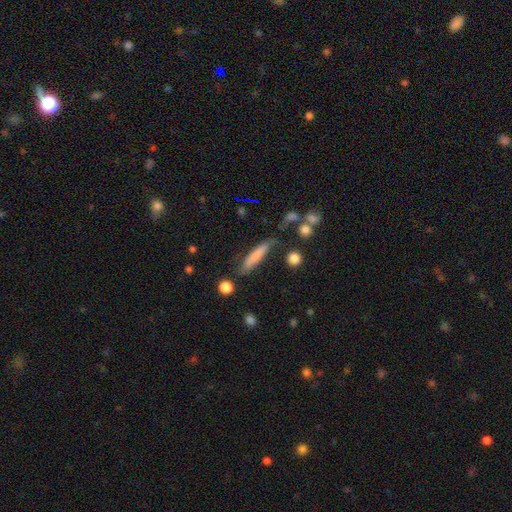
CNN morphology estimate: Q: Smooth or featured?
A: smooth (76%); runner-up: featured or disk (17%)
Q: How rounded?
A: cigar-shaped (84%); runner-up: in between (14%)
Q: Merging?
A: none (72%); runner-up: minor disturbance (17%)